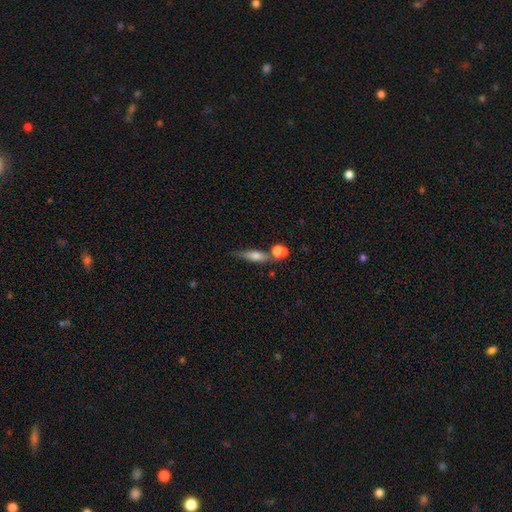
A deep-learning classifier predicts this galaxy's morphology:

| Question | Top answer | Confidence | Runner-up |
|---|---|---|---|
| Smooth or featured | smooth | 61% | featured or disk (29%) |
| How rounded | cigar-shaped | 56% | in between (37%) |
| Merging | none | 55% | merger (21%) |